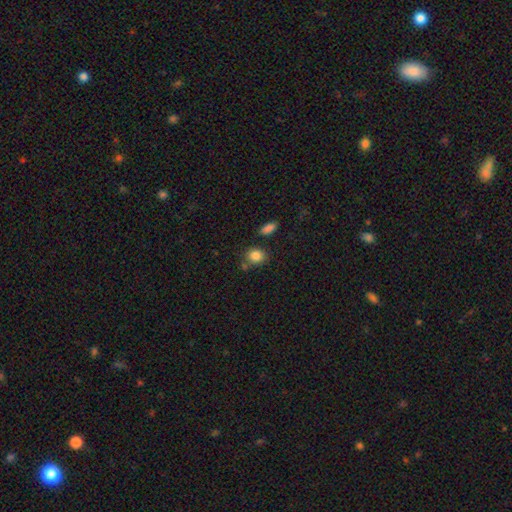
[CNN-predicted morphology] Q: Smooth or featured?
A: smooth (85%); runner-up: star or artifact (9%)
Q: How rounded?
A: round (64%); runner-up: in between (34%)
Q: Merging?
A: none (71%); runner-up: minor disturbance (14%)